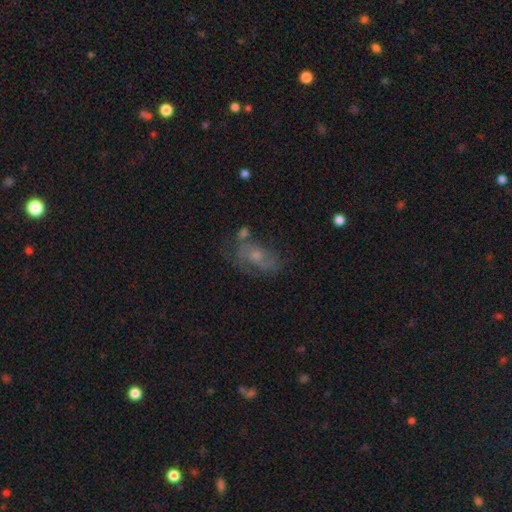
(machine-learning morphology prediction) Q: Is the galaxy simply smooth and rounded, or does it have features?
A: featured or disk — 56%.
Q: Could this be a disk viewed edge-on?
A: no — 94%.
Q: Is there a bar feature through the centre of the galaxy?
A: no — 73%.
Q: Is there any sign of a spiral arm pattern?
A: yes — 70%.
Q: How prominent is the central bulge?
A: small — 48%.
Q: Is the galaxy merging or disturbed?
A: none — 50%.